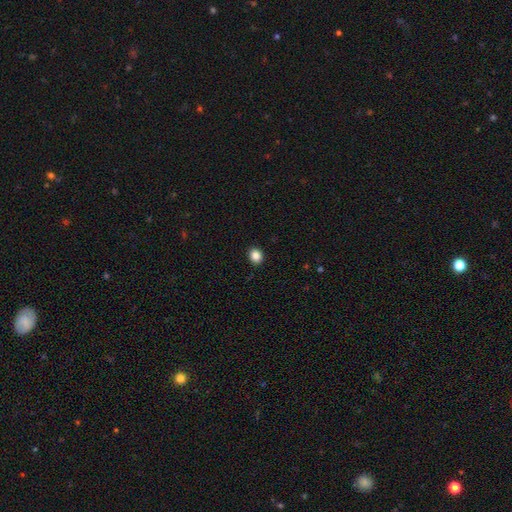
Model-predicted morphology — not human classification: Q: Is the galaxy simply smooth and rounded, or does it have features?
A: smooth — 86%.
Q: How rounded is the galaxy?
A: round — 67%.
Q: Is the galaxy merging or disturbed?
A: none — 92%.